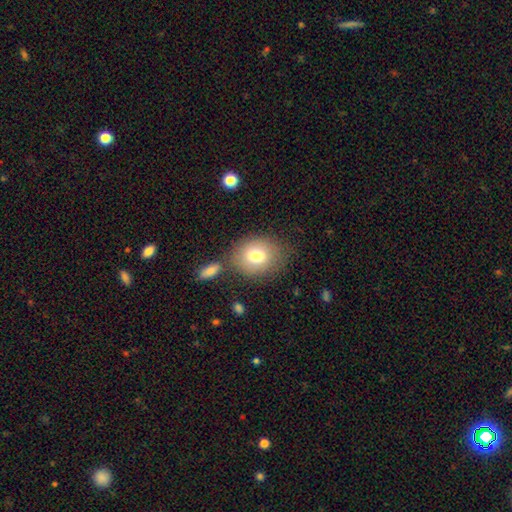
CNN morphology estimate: smooth_or_featured: smooth (p=0.75) [alt: featured or disk p=0.15]
how_rounded: round (p=0.55) [alt: in between p=0.44]
merging: none (p=0.67) [alt: minor disturbance p=0.15]